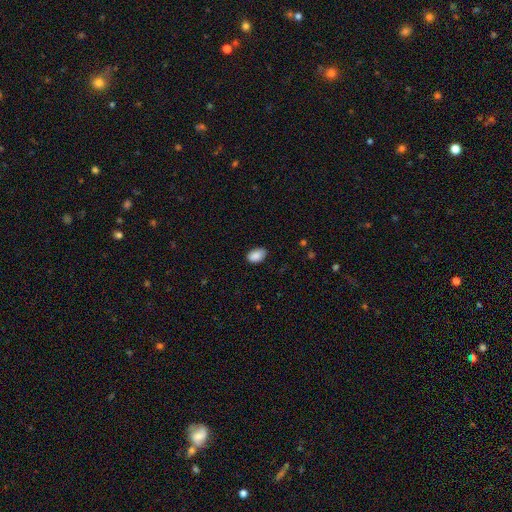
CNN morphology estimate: Smooth or featured?
  - smooth: 88% *
  - star or artifact: 7%
  - featured or disk: 4%
How rounded?
  - in between: 90% *
  - round: 9%
  - cigar-shaped: 1%
Merging?
  - none: 77% *
  - minor disturbance: 19%
  - major disturbance: 3%
  - merger: 1%